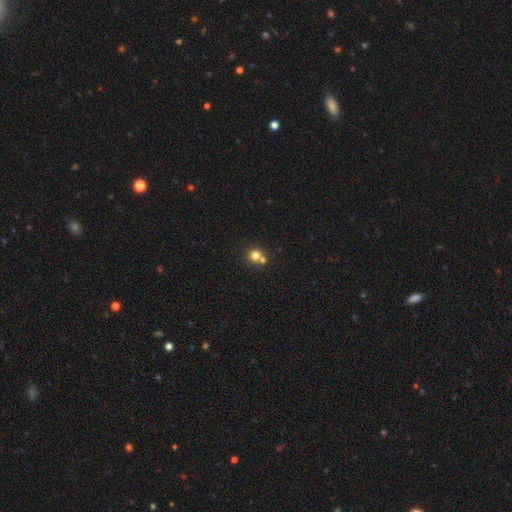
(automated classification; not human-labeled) smooth 77%, star or artifact 15%, featured or disk 9%. Down the decision tree: how rounded — round (90%); merging — none (60%).